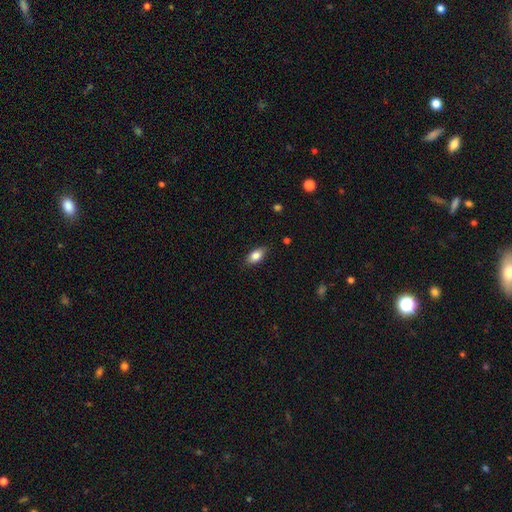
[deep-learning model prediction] This appears to be a smooth galaxy with no disk features (82%) that is in between round and cigar-shaped (89%). Merging: none (85%).